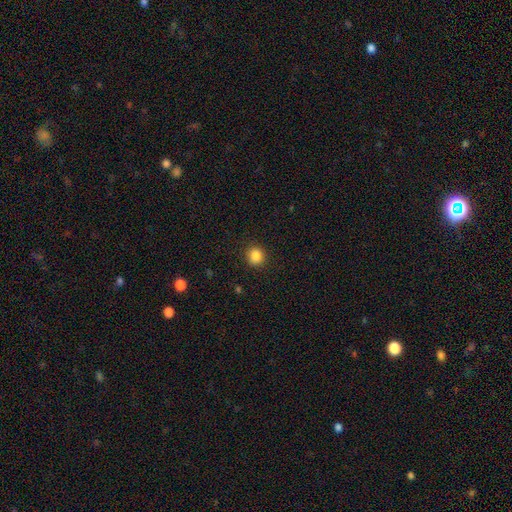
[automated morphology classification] Smooth or featured?
  - smooth: 85% *
  - star or artifact: 11%
  - featured or disk: 4%
How rounded?
  - round: 90% *
  - in between: 10%
  - cigar-shaped: 1%
Merging?
  - none: 91% *
  - minor disturbance: 6%
  - major disturbance: 2%
  - merger: 1%